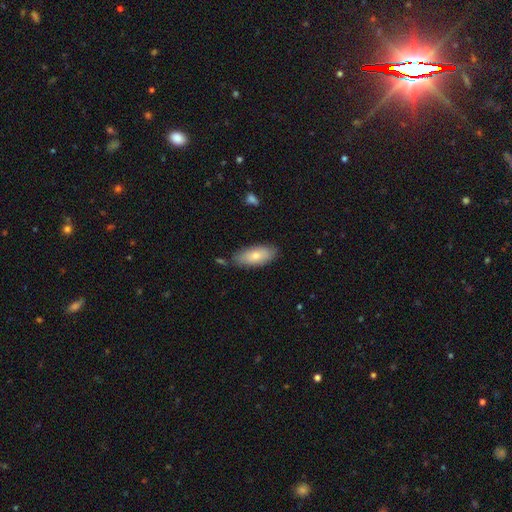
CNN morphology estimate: smooth-or-featured: smooth: 75% | featured or disk: 19% | star or artifact: 6%
  how-rounded: in between: 85% | cigar-shaped: 13% | round: 2%
  merging: none: 79% | minor disturbance: 15% | merger: 3% | major disturbance: 3%